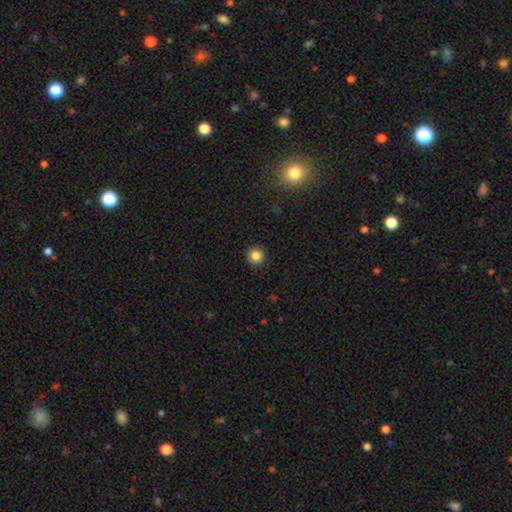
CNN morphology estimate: Q: Smooth or featured?
A: smooth (84%); runner-up: star or artifact (11%)
Q: How rounded?
A: round (95%); runner-up: in between (4%)
Q: Merging?
A: none (92%); runner-up: minor disturbance (5%)